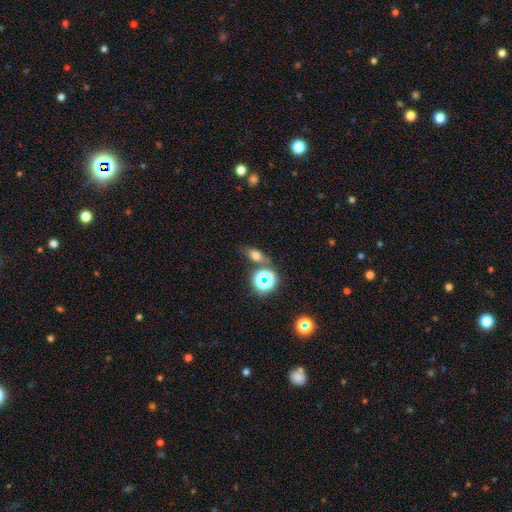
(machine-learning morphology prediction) smooth_or_featured: smooth (p=0.60) [alt: star or artifact p=0.26]
how_rounded: in between (p=0.67) [alt: round p=0.24]
merging: none (p=0.70) [alt: minor disturbance p=0.14]